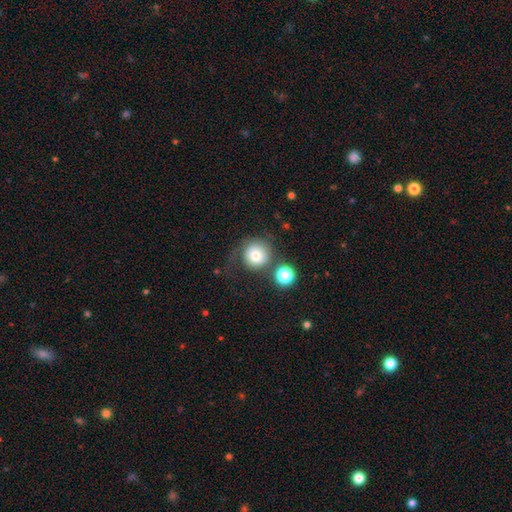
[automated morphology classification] Smooth or featured?
  - smooth: 73% *
  - featured or disk: 16%
  - star or artifact: 11%
How rounded?
  - round: 92% *
  - in between: 7%
  - cigar-shaped: 1%
Merging?
  - none: 56% *
  - minor disturbance: 16%
  - major disturbance: 15%
  - merger: 14%